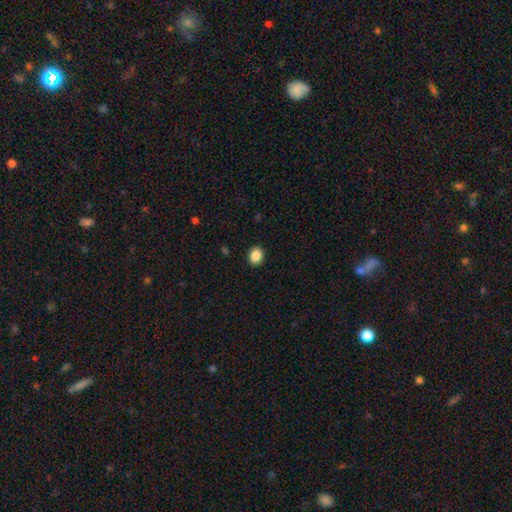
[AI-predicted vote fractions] smooth 87%, star or artifact 9%, featured or disk 4%. Down the decision tree: how rounded — round (60%); merging — none (92%).